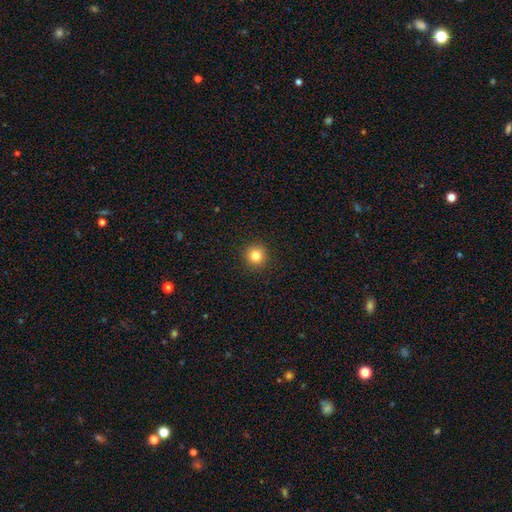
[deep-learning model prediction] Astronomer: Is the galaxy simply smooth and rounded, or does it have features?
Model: smooth — 82%.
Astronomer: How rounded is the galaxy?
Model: round — 95%.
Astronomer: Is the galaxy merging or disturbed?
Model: none — 93%.